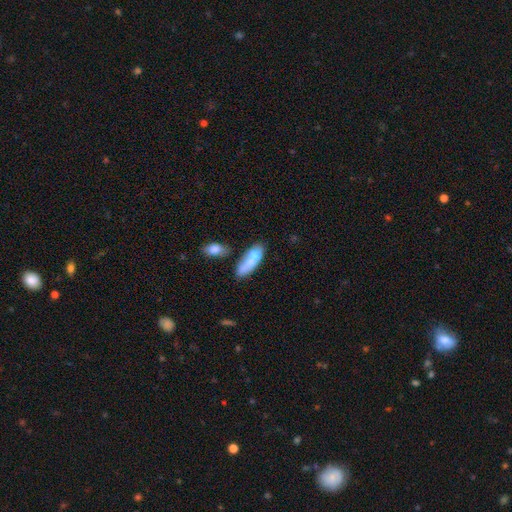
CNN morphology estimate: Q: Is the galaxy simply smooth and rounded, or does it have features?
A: smooth — 66%.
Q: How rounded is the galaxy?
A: in between — 58%.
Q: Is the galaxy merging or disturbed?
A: none — 34%.